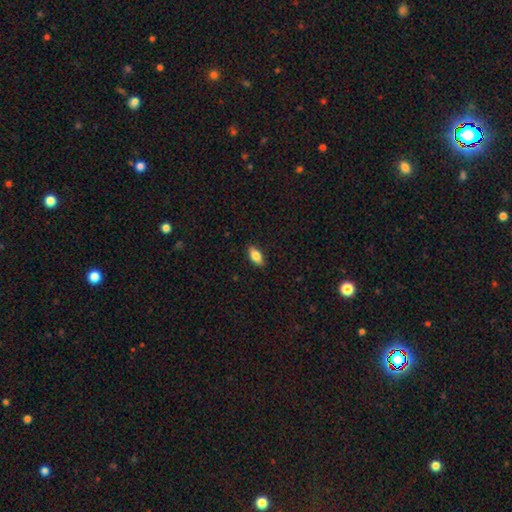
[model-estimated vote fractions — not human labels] Smooth or featured? smooth (79%)
How rounded? in between (86%)
Merging? none (88%)